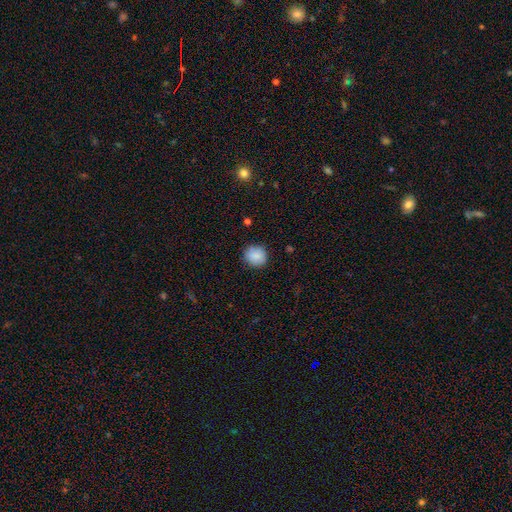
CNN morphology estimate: This appears to be a smooth galaxy with no disk features (87%) that is round (88%). Merging: none (86%).